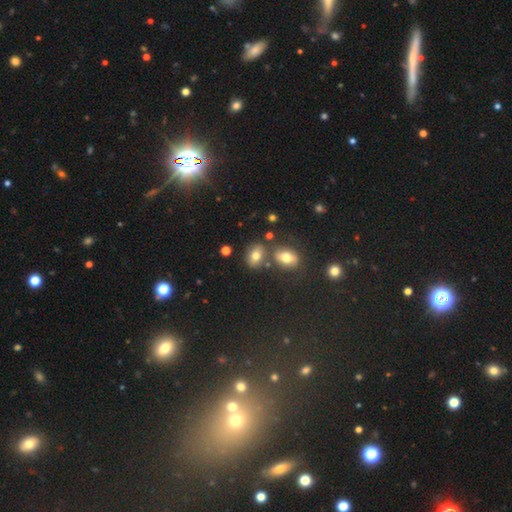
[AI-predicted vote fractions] Smooth or featured? Predicted: smooth (p=0.74). How rounded? Predicted: in between (p=0.69). Merging? Predicted: none (p=0.68).